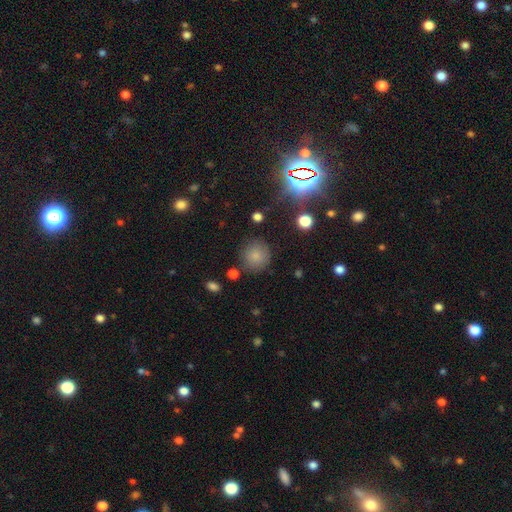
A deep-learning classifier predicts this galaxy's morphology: A smooth galaxy with no disk features (81%) that is round (92%).

Vote fractions:
- Smooth or featured? smooth: 81% / star or artifact: 12% / featured or disk: 7%
- How rounded? round: 92% / in between: 7% / cigar-shaped: 1%
- Merging? none: 81% / minor disturbance: 12% / major disturbance: 4% / merger: 3%